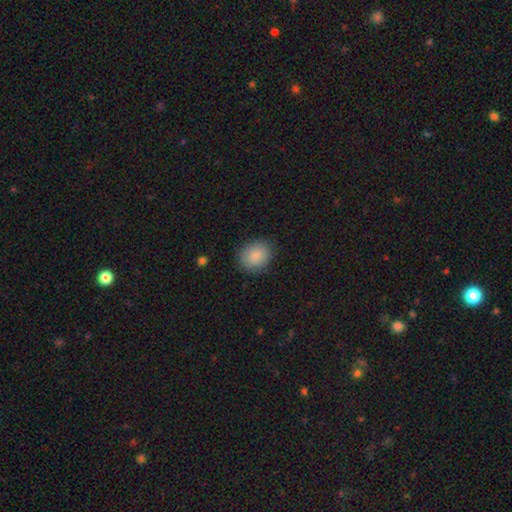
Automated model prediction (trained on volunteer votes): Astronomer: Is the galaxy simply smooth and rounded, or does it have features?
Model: smooth — 87%.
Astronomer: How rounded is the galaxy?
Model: round — 68%.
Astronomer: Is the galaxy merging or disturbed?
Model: none — 85%.